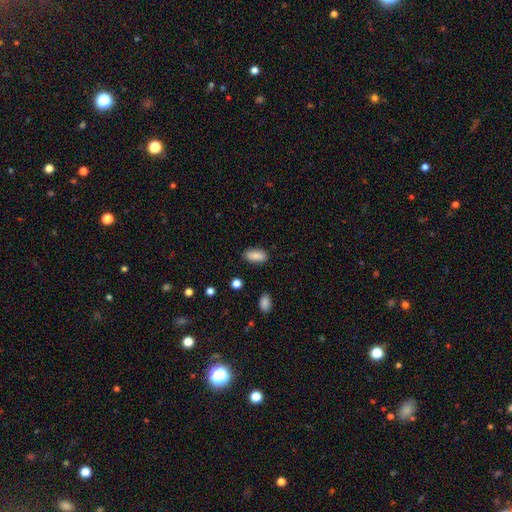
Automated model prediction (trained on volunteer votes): Smooth or featured?
  - smooth: 86% *
  - star or artifact: 7%
  - featured or disk: 7%
How rounded?
  - in between: 87% *
  - cigar-shaped: 11%
  - round: 3%
Merging?
  - none: 87% *
  - minor disturbance: 10%
  - major disturbance: 2%
  - merger: 1%